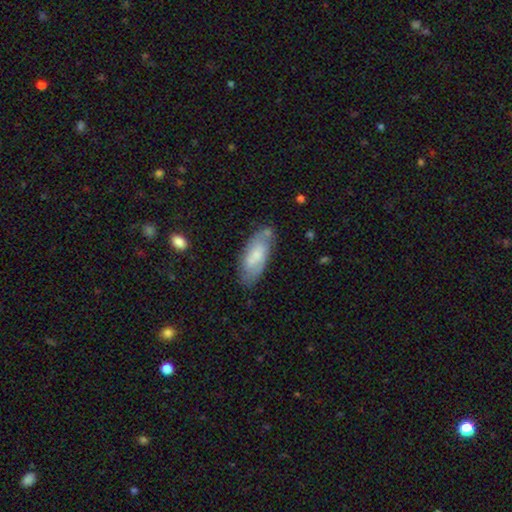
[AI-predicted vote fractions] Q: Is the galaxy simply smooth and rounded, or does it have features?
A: smooth — 56%.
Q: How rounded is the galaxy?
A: in between — 78%.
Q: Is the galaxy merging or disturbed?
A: none — 69%.